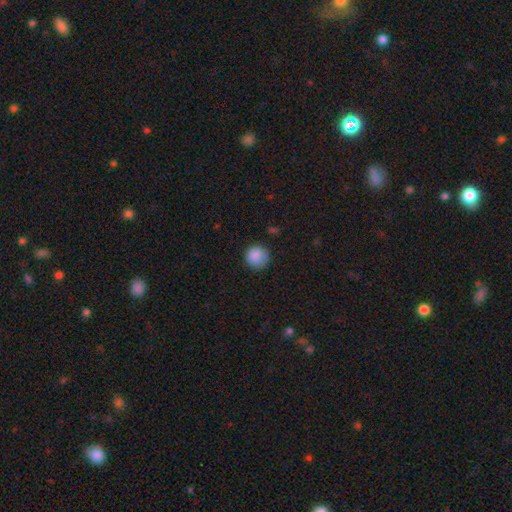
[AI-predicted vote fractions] smooth-or-featured: smooth: 86% | star or artifact: 9% | featured or disk: 6%
  how-rounded: round: 91% | in between: 8% | cigar-shaped: 1%
  merging: none: 78% | minor disturbance: 16% | major disturbance: 4% | merger: 1%